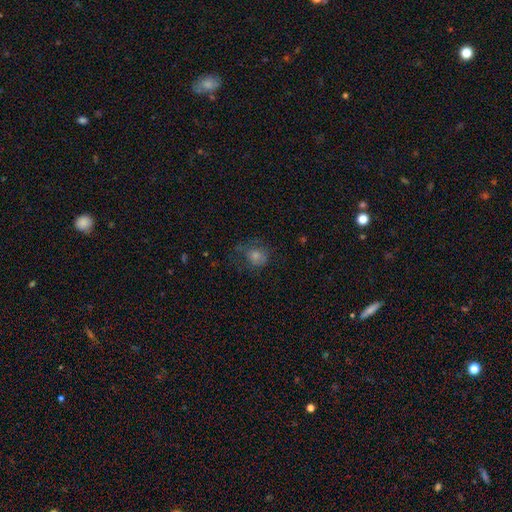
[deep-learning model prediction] smooth 56%, star or artifact 22%, featured or disk 22%. Down the decision tree: how rounded — round (75%); merging — none (57%).